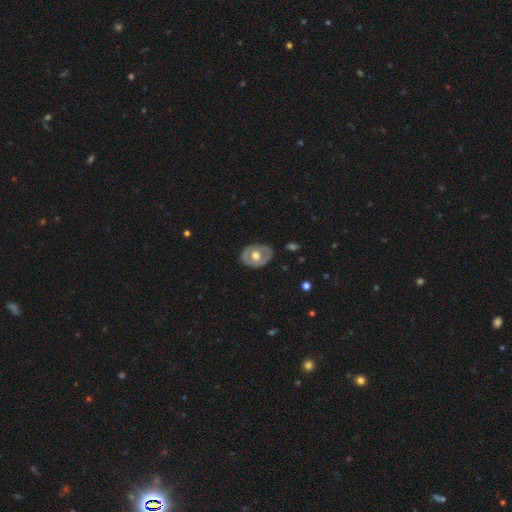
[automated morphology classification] Smooth or featured? featured or disk (54%)
Edge-on disk? no (91%)
Merging? none (77%)